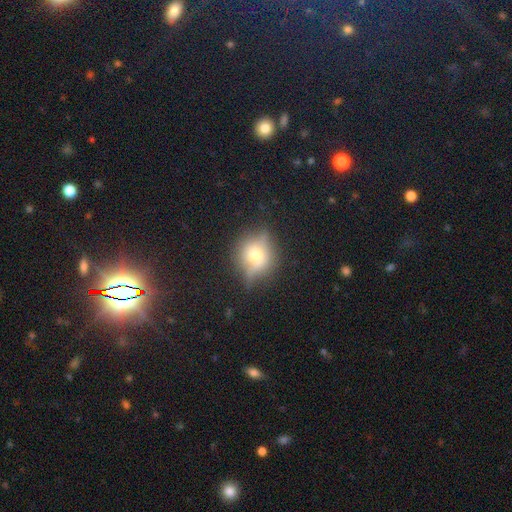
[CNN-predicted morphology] This appears to be a featured or disk galaxy (50%) viewed edge-on (72%). Merging: none (71%).